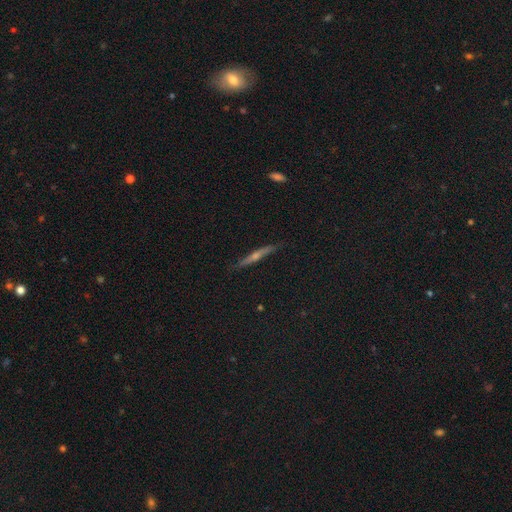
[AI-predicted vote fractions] This is likely a featured or disk galaxy (68%). It is clearly viewed edge-on (96%). Edge-on bulge: likely rounded (80%). Merging: clearly none (86%).